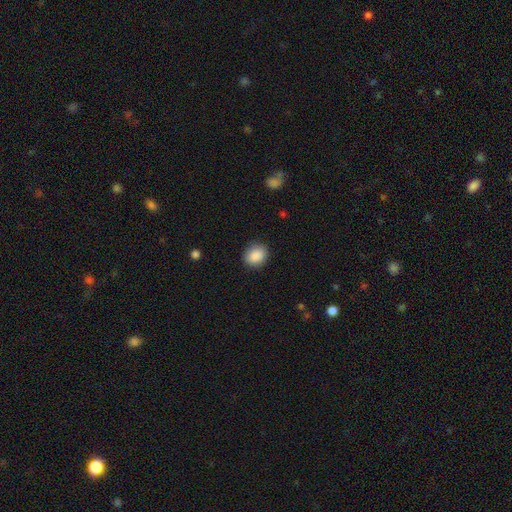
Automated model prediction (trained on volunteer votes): Morphology: type=smooth (89%); roundness=round (57%); merging=none (87%).